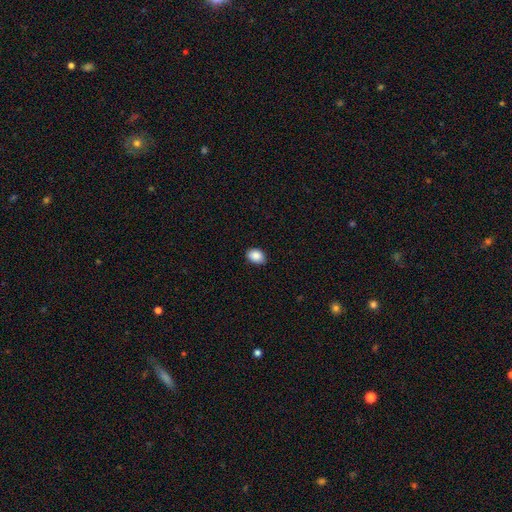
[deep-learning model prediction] This appears to be a smooth galaxy with no disk features (89%) that is in between round and cigar-shaped (76%). Merging: none (86%).